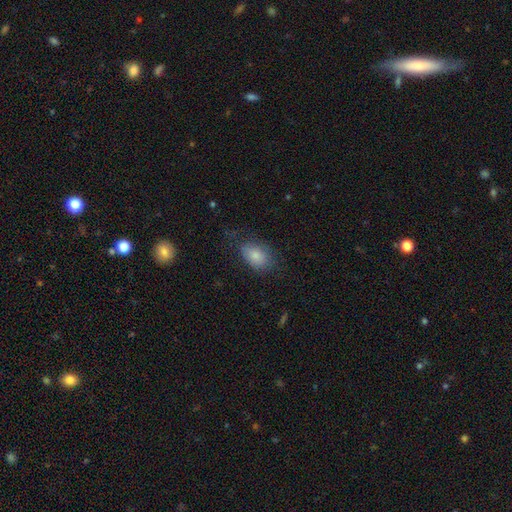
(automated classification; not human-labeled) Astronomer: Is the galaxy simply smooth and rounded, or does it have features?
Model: smooth — 81%.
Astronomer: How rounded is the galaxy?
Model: in between — 86%.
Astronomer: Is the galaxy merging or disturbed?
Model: none — 63%.